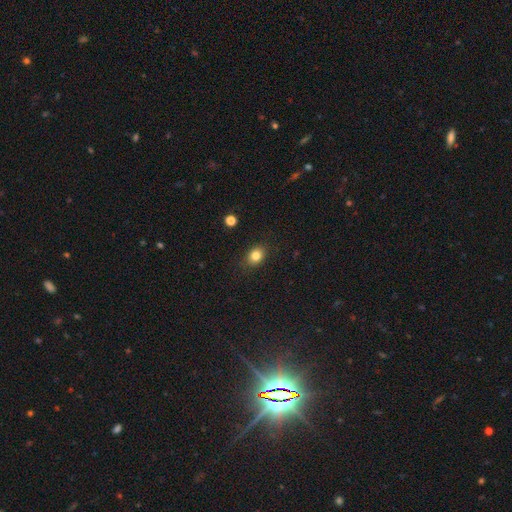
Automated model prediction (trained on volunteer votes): smooth_or_featured: smooth (p=0.82) [alt: star or artifact p=0.11]
how_rounded: in between (p=0.54) [alt: round p=0.45]
merging: none (p=0.86) [alt: minor disturbance p=0.10]